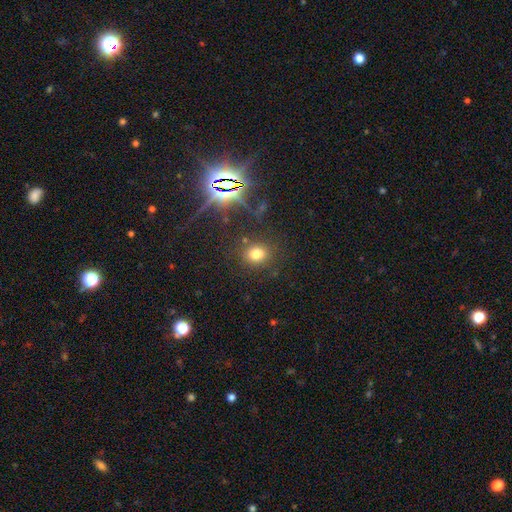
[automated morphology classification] A smooth galaxy with no disk features (52%) that is round (72%).

Vote fractions:
- Smooth or featured? smooth: 52% / star or artifact: 39% / featured or disk: 9%
- How rounded? round: 72% / in between: 26% / cigar-shaped: 2%
- Merging? none: 87% / minor disturbance: 8% / major disturbance: 3% / merger: 2%